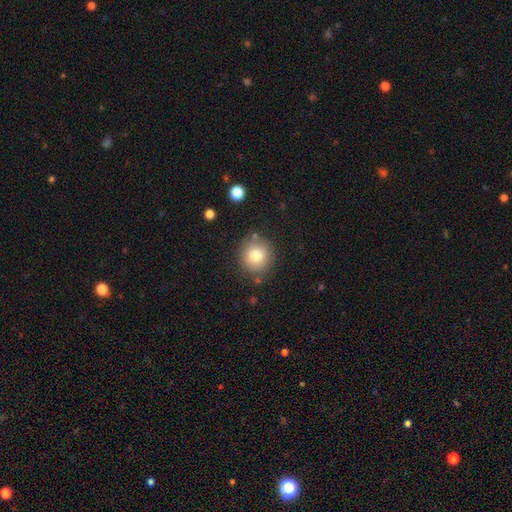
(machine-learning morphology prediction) This appears to be a smooth galaxy with no disk features (79%) that is round (91%). Merging: none (82%).